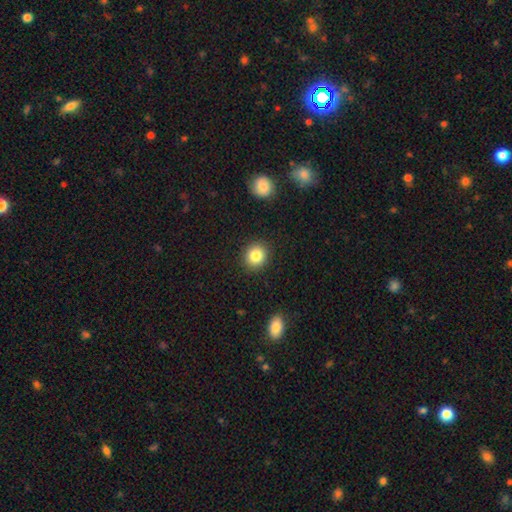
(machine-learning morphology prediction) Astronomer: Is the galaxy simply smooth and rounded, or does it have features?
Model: smooth — 85%.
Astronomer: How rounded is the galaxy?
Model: round — 81%.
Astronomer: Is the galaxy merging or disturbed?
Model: none — 90%.